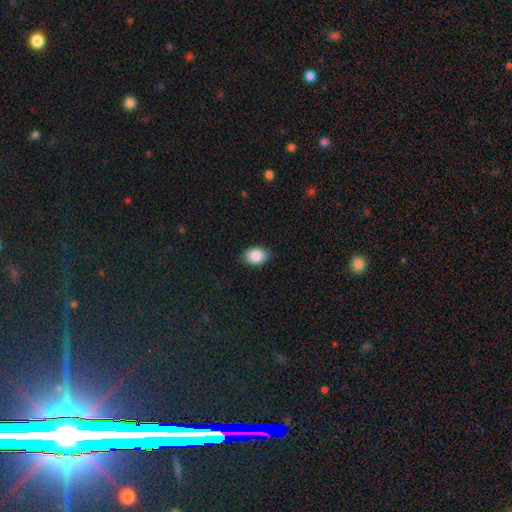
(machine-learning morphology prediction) Q: Smooth or featured?
A: smooth (87%); runner-up: star or artifact (8%)
Q: How rounded?
A: in between (76%); runner-up: round (23%)
Q: Merging?
A: none (83%); runner-up: minor disturbance (13%)